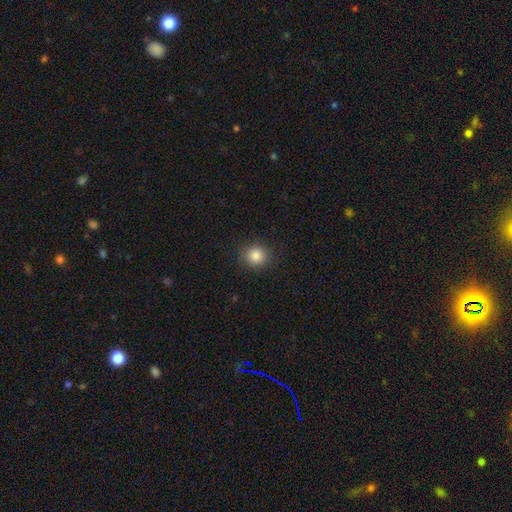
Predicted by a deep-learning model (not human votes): Q: Smooth or featured?
A: smooth (84%); runner-up: star or artifact (11%)
Q: How rounded?
A: round (88%); runner-up: in between (11%)
Q: Merging?
A: none (90%); runner-up: minor disturbance (7%)